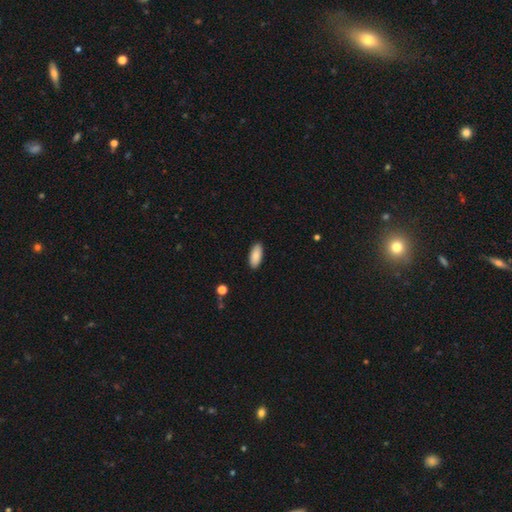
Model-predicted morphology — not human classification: A smooth galaxy with no disk features (86%) that is in between round and cigar-shaped (87%). Merging: none (90%).